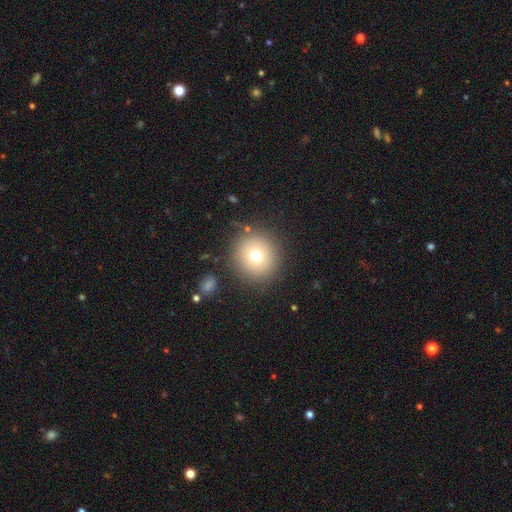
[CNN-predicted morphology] Smooth or featured?
  - smooth: 72% *
  - featured or disk: 14%
  - star or artifact: 14%
How rounded?
  - round: 94% *
  - in between: 5%
  - cigar-shaped: 1%
Merging?
  - none: 85% *
  - minor disturbance: 8%
  - major disturbance: 4%
  - merger: 3%